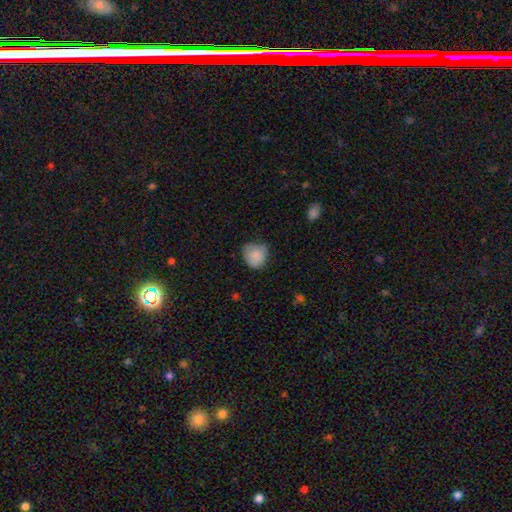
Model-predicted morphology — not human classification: smooth-or-featured: smooth: 84% | featured or disk: 9% | star or artifact: 8%
  how-rounded: round: 76% | in between: 23% | cigar-shaped: 1%
  merging: none: 56% | minor disturbance: 34% | major disturbance: 8% | merger: 2%